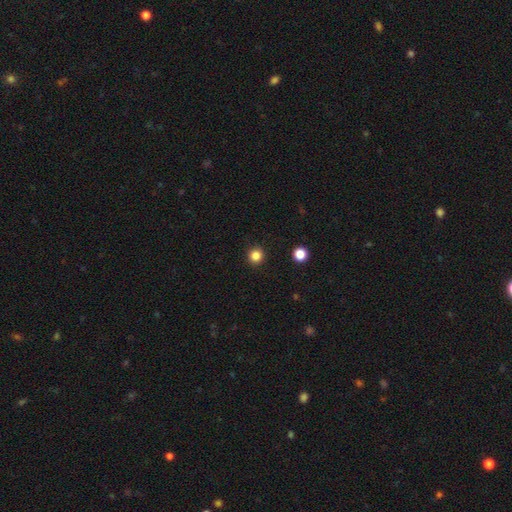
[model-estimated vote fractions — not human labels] Morphology: type=smooth (84%); roundness=round (95%); merging=none (93%).